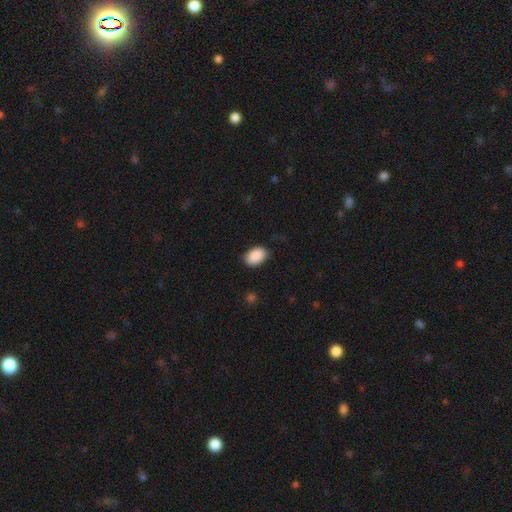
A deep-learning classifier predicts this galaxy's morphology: Smooth or featured: smooth — 90% (star or artifact — 7%)
How rounded: in between — 88% (round — 11%)
Merging: none — 82% (minor disturbance — 14%)